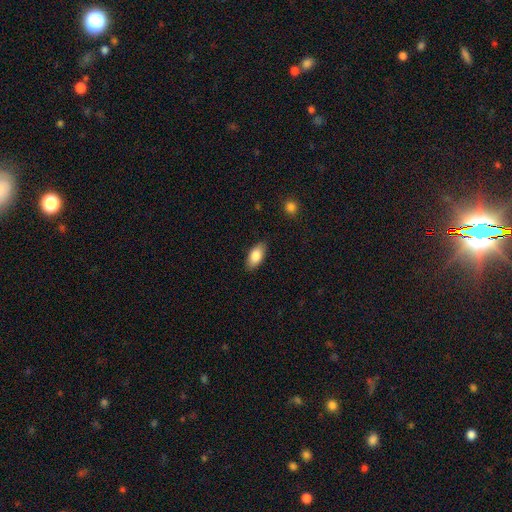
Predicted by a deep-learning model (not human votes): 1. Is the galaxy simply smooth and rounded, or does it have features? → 84% smooth, 10% featured or disk, 6% star or artifact.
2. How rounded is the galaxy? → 90% in between, 7% cigar-shaped, 3% round.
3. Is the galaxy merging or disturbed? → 86% none, 10% minor disturbance, 2% major disturbance, 1% merger.